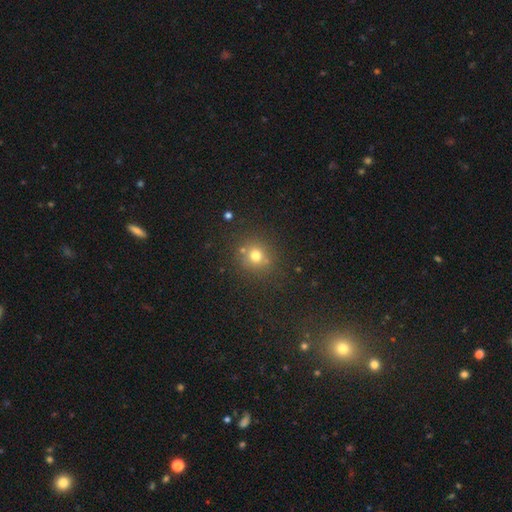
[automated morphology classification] This appears to be a smooth galaxy with no disk features (73%) that is round (89%). Merging: none (79%).